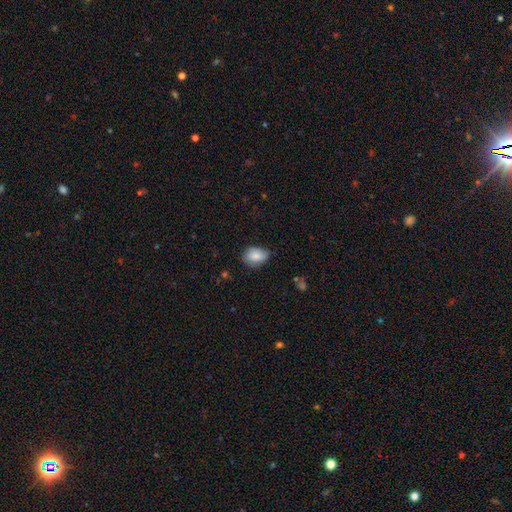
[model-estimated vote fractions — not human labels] Morphology: type=smooth (82%); roundness=in between (74%); merging=none (64%).